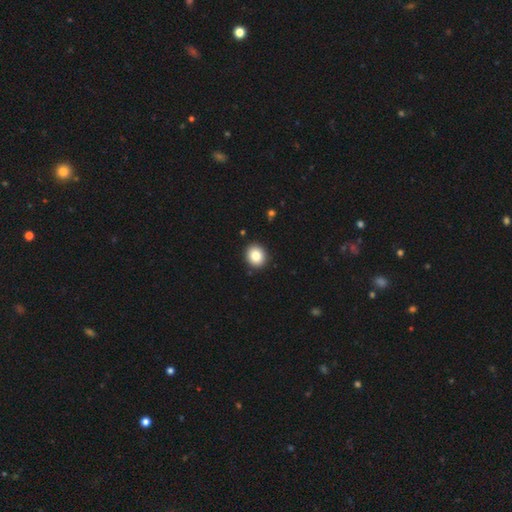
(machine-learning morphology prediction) A smooth galaxy with no disk features (84%) that is round (75%).

Vote fractions:
- Smooth or featured? smooth: 84% / star or artifact: 9% / featured or disk: 7%
- How rounded? round: 75% / in between: 24% / cigar-shaped: 1%
- Merging? none: 91% / minor disturbance: 6% / major disturbance: 2% / merger: 1%